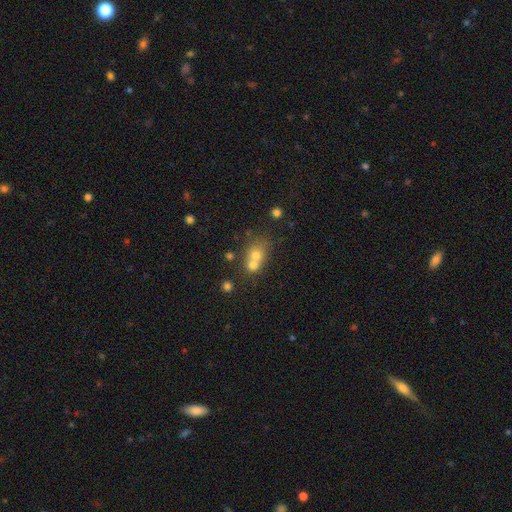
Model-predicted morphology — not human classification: type=smooth (65%); roundness=round (67%); merging=merger (61%).